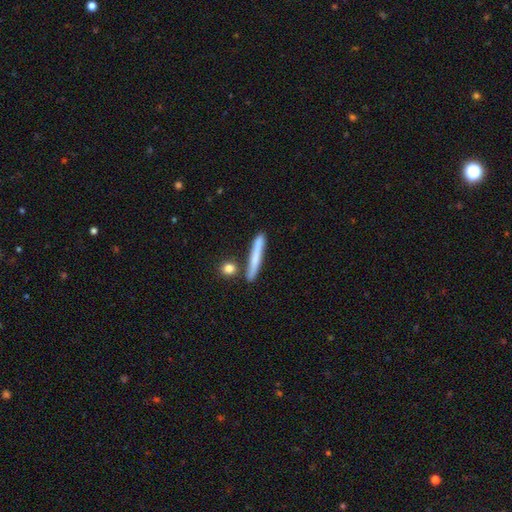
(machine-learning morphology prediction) Smooth or featured? smooth (64%)
How rounded? cigar-shaped (94%)
Merging? none (80%)